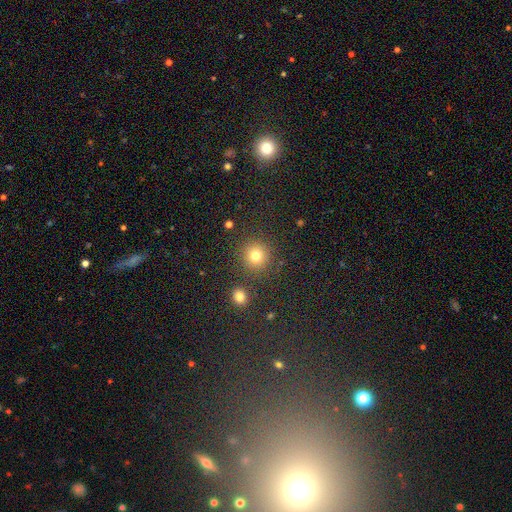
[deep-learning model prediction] Overall: smooth (79%). How rounded: round (92%). Merging: none (86%).